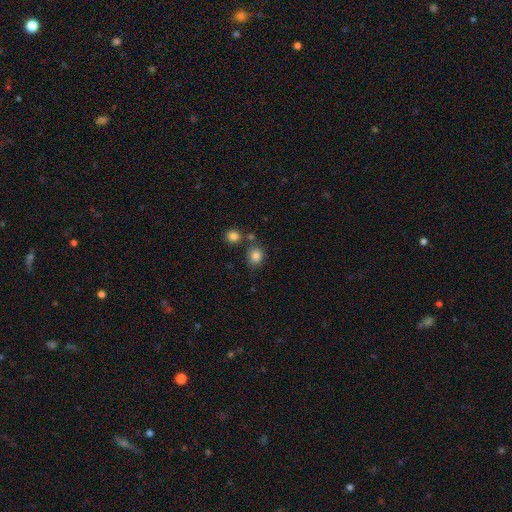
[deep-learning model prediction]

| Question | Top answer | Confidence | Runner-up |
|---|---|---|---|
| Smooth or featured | smooth | 82% | star or artifact (11%) |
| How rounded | round | 68% | in between (31%) |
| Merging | none | 67% | merger (15%) |